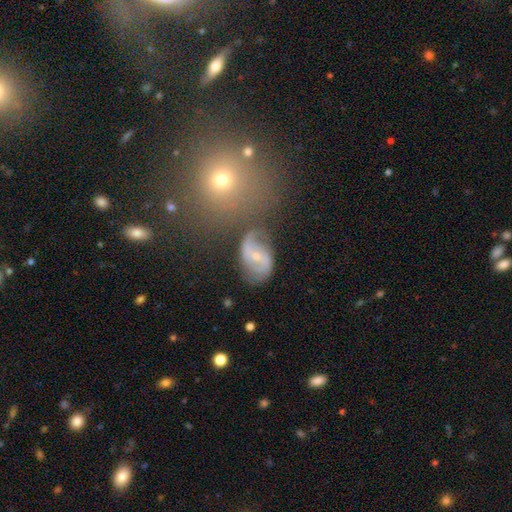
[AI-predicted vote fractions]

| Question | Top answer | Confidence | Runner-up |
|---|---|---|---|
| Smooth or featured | featured or disk | 79% | smooth (13%) |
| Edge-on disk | no | 97% | yes (3%) |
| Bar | weak | 47% | no (37%) |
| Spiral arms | yes | 92% | no (8%) |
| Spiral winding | medium | 42% | loose (40%) |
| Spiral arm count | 2 | 86% | can't tell (6%) |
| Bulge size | small | 69% | moderate (27%) |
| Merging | none | 62% | minor disturbance (20%) |